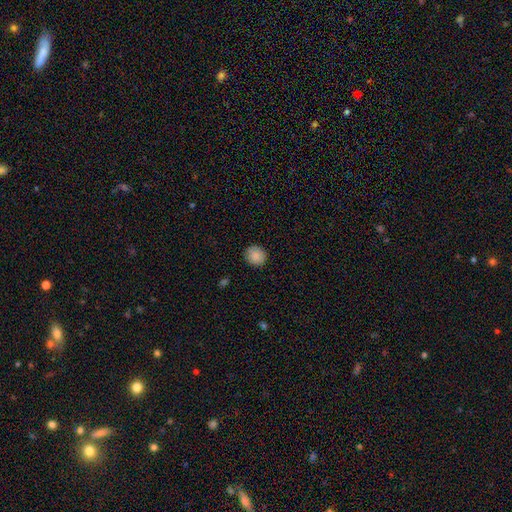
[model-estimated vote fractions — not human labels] Overall: smooth (88%). How rounded: round (87%). Merging: none (89%).